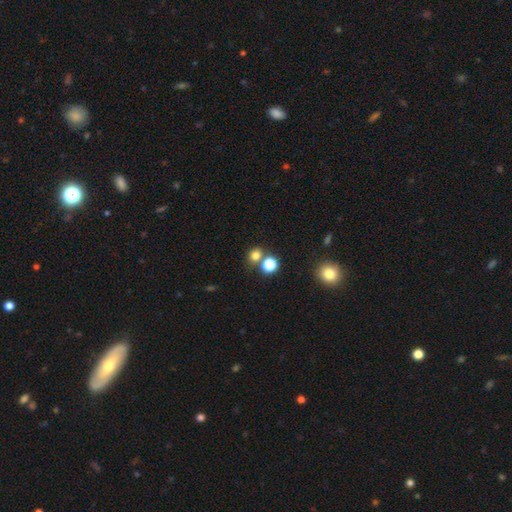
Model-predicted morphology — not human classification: A smooth galaxy with no disk features (74%) that is round (75%).

Vote fractions:
- Smooth or featured? smooth: 74% / star or artifact: 19% / featured or disk: 6%
- How rounded? round: 75% / in between: 24% / cigar-shaped: 1%
- Merging? none: 65% / merger: 22% / minor disturbance: 9% / major disturbance: 4%